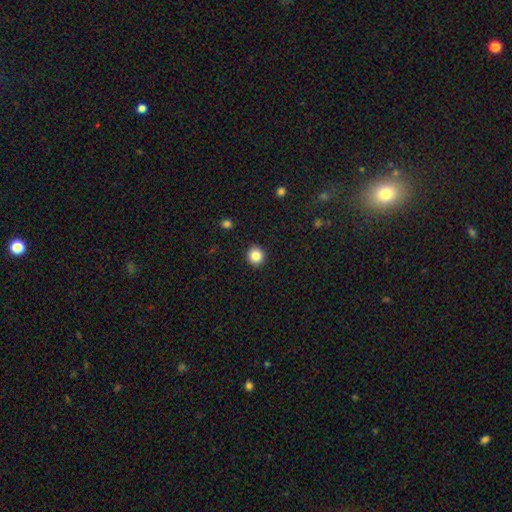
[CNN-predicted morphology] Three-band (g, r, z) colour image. It shows a smooth galaxy with no disk features (85%) that is round (90%). Merging: none (92%).